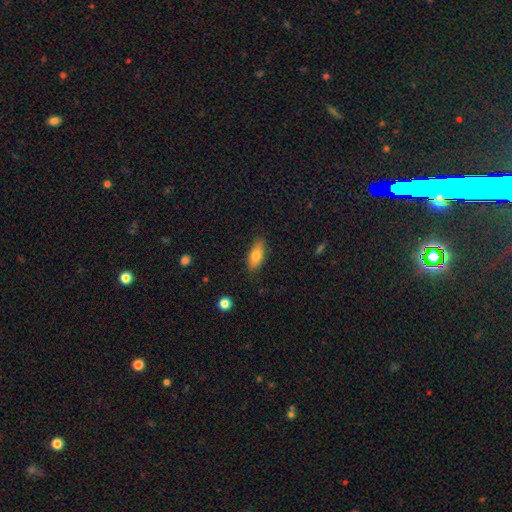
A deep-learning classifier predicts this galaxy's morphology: Smooth or featured? smooth (77%)
How rounded? in between (82%)
Merging? none (83%)